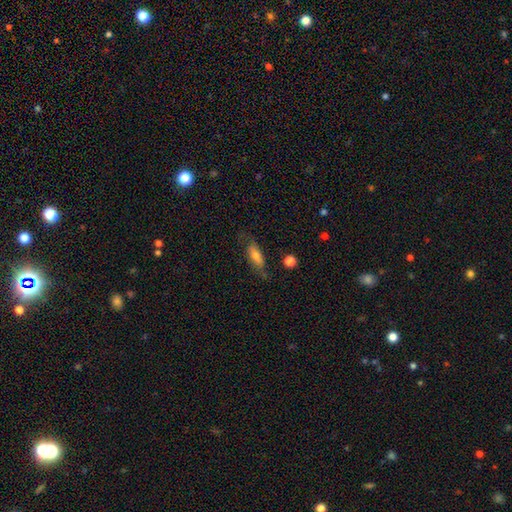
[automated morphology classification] A smooth galaxy with no disk features (69%) that is in between round and cigar-shaped (61%).

Vote fractions:
- Smooth or featured? smooth: 69% / featured or disk: 23% / star or artifact: 8%
- How rounded? in between: 61% / cigar-shaped: 37% / round: 3%
- Merging? none: 65% / minor disturbance: 24% / major disturbance: 9% / merger: 3%